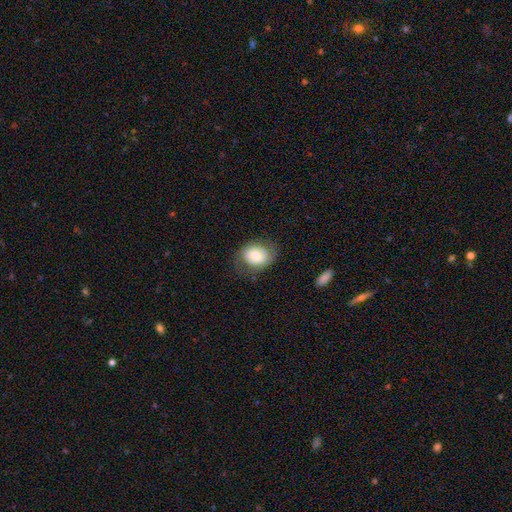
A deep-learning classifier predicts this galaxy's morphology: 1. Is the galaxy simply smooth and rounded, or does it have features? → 60% smooth, 32% featured or disk, 8% star or artifact.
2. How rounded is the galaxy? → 55% round, 44% in between, 1% cigar-shaped.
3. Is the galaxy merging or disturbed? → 72% none, 18% minor disturbance, 9% major disturbance, 1% merger.